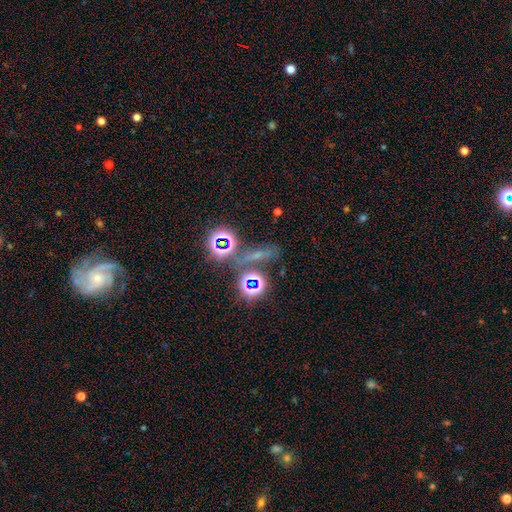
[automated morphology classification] type=star or artifact (63%).